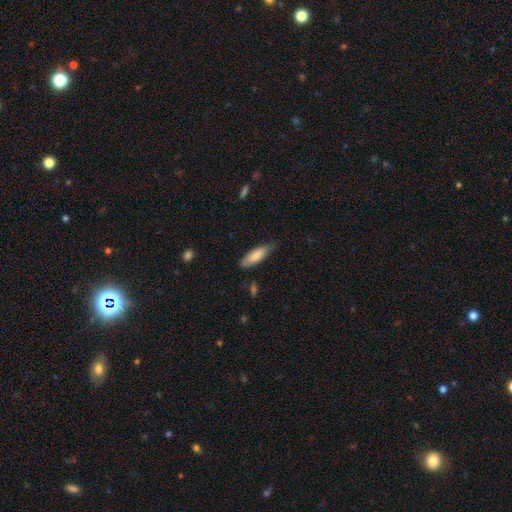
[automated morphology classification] type=smooth (81%); roundness=in between (52%); merging=none (75%).